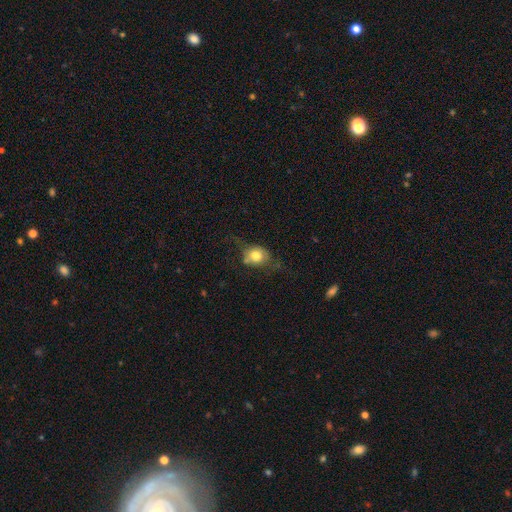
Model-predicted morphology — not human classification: Smooth or featured: smooth — 70% (featured or disk — 20%)
How rounded: round — 60% (in between — 39%)
Merging: none — 50% (minor disturbance — 28%)